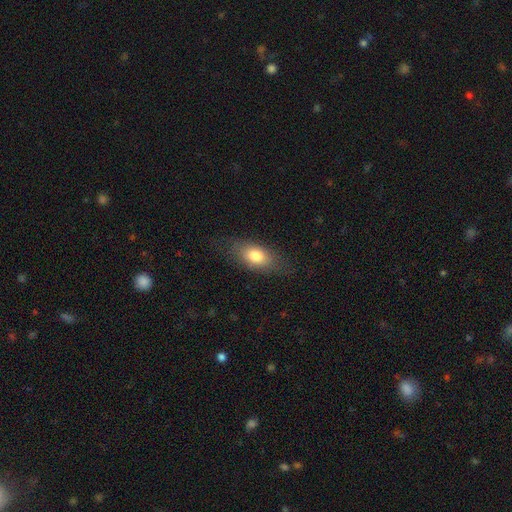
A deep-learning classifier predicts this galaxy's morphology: Smooth or featured? Predicted: smooth (p=0.76). How rounded? Predicted: in between (p=0.84). Merging? Predicted: none (p=0.77).